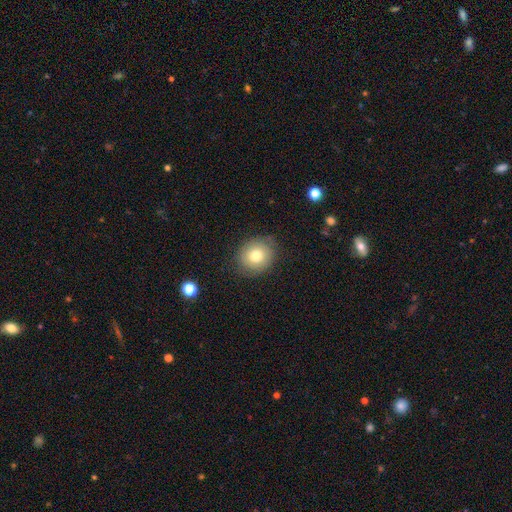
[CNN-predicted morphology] smooth-or-featured: smooth: 75% | featured or disk: 16% | star or artifact: 10%
  how-rounded: round: 71% | in between: 28% | cigar-shaped: 1%
  merging: none: 80% | minor disturbance: 14% | major disturbance: 4% | merger: 1%